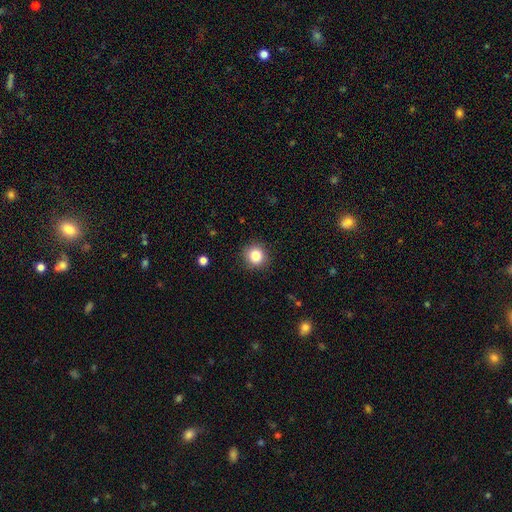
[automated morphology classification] The model was most divided on "smooth or featured": smooth: 83%, star or artifact: 11%, featured or disk: 6%. More confident: how rounded — round (91%); merging — none (90%).